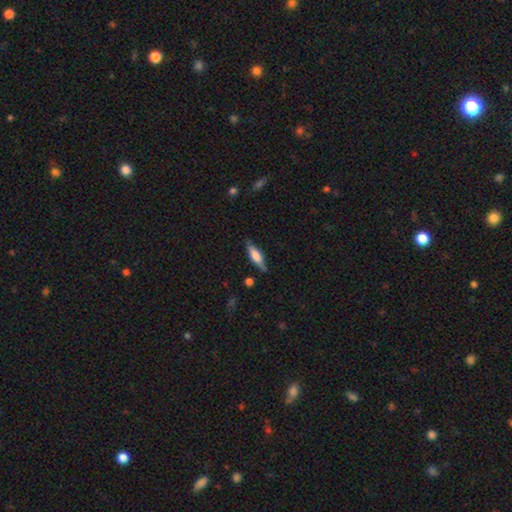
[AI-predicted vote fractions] smooth_or_featured: smooth (p=0.54) [alt: featured or disk p=0.40]
how_rounded: cigar-shaped (p=0.61) [alt: in between p=0.37]
merging: none (p=0.80) [alt: minor disturbance p=0.15]